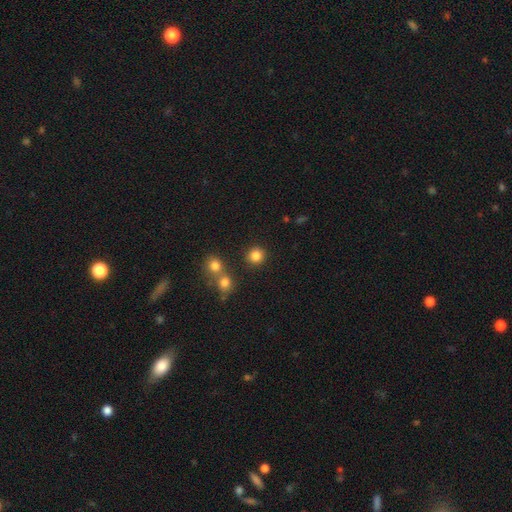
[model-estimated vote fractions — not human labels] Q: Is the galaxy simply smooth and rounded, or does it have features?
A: smooth — 83%.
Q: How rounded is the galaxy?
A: round — 92%.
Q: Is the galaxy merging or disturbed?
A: none — 84%.